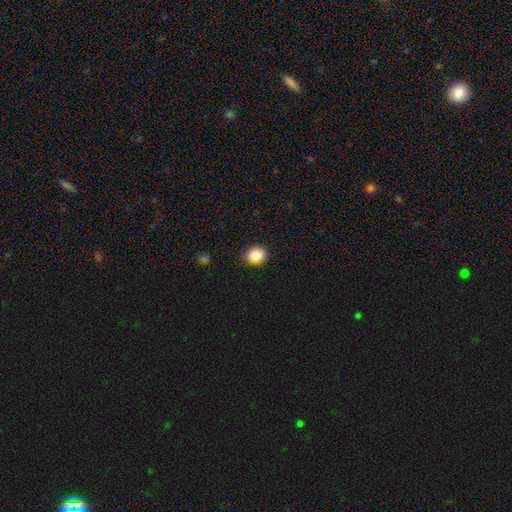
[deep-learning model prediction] A smooth galaxy with no disk features (85%) that is round (55%).

Vote fractions:
- Smooth or featured? smooth: 85% / star or artifact: 10% / featured or disk: 5%
- How rounded? round: 55% / in between: 44% / cigar-shaped: 1%
- Merging? none: 82% / minor disturbance: 15% / major disturbance: 2% / merger: 1%